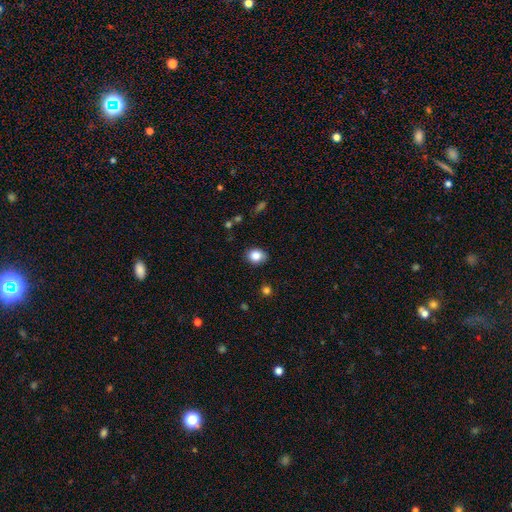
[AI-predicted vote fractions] A smooth galaxy with no disk features (84%) that is round (56%).

Vote fractions:
- Smooth or featured? smooth: 84% / star or artifact: 10% / featured or disk: 6%
- How rounded? round: 56% / in between: 43% / cigar-shaped: 1%
- Merging? none: 84% / minor disturbance: 12% / major disturbance: 3% / merger: 1%